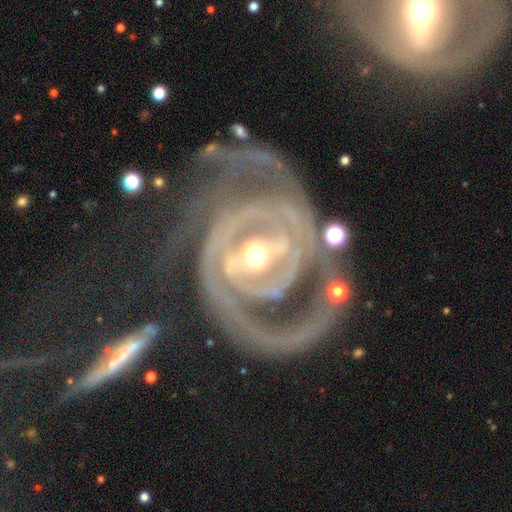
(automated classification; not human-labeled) smooth-or-featured: featured or disk: 92% | star or artifact: 4% | smooth: 4%
  disk-edge-on: no: 97% | yes: 3%
    bar: strong: 49% | weak: 33% | no: 18%
    has-spiral-arms: yes: 94% | no: 6%
      spiral-winding: tight: 52% | medium: 36% | loose: 12%
      spiral-arm-count: 2: 56% | can't tell: 13% | 3: 13% | 1: 8% | 4: 6% | more than 4: 5%
    bulge-size: moderate: 62% | small: 31% | large: 5% | none: 1% | dominant: 1%
  merging: none: 44% | major disturbance: 30% | minor disturbance: 18% | merger: 7%